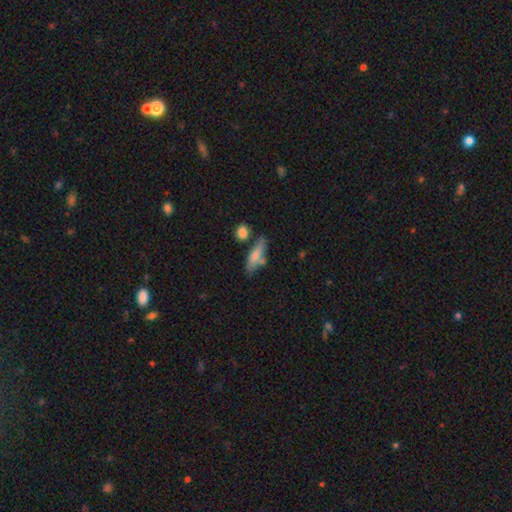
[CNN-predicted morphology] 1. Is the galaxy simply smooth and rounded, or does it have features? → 72% smooth, 22% featured or disk, 7% star or artifact.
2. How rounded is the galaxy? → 50% cigar-shaped, 47% in between, 3% round.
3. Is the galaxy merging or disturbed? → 64% none, 18% minor disturbance, 13% merger, 5% major disturbance.